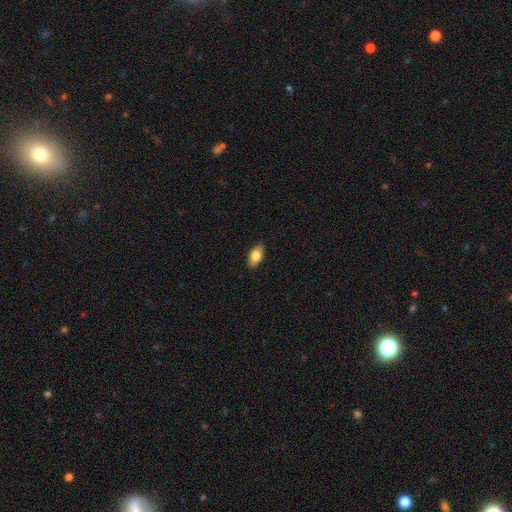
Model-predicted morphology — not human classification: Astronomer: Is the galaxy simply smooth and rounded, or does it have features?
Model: smooth — 79%.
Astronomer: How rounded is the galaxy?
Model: in between — 90%.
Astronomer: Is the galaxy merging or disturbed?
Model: none — 87%.